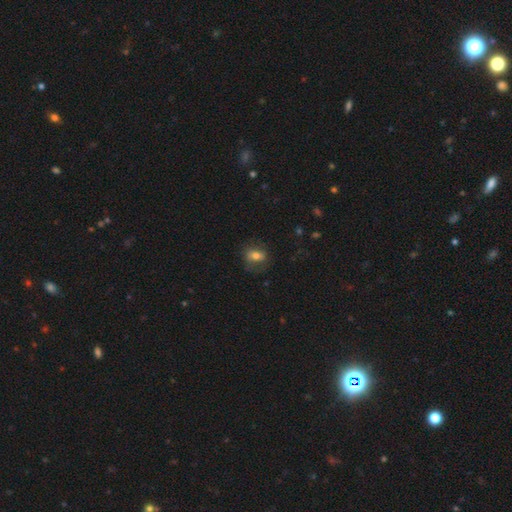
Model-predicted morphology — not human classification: Smooth or featured? Predicted: smooth (p=0.64). How rounded? Predicted: in between (p=0.63). Merging? Predicted: none (p=0.65).